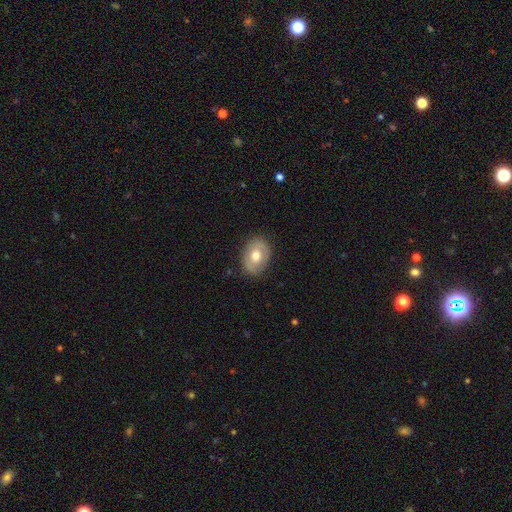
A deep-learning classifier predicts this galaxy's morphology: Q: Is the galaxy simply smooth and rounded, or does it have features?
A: smooth — 62%.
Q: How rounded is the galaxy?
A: in between — 68%.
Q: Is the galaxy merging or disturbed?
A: none — 84%.